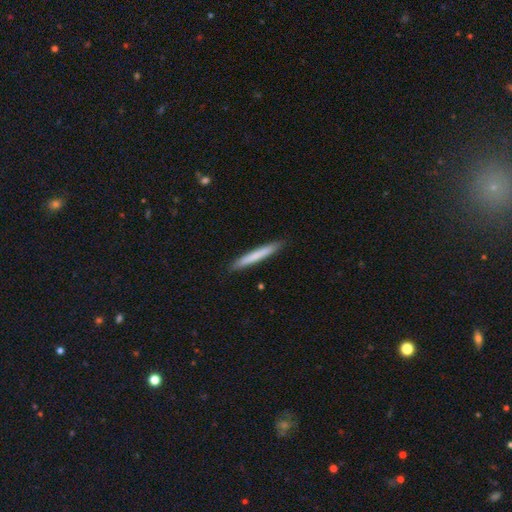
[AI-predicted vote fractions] Q: Smooth or featured?
A: smooth (73%); runner-up: featured or disk (21%)
Q: How rounded?
A: cigar-shaped (96%); runner-up: in between (2%)
Q: Merging?
A: none (91%); runner-up: minor disturbance (7%)